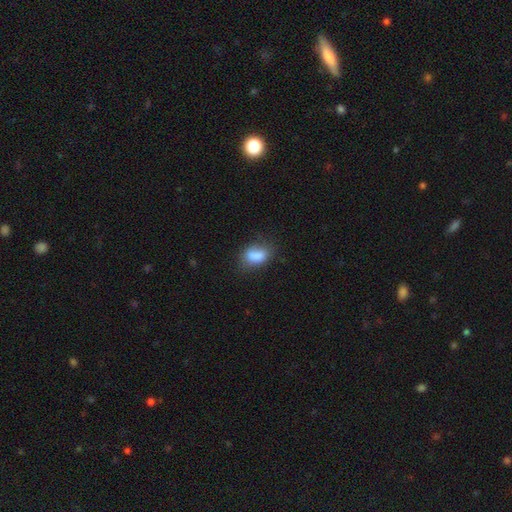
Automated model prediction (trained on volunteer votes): This is clearly a smooth galaxy (81%). How rounded: clearly in between (82%). Merging: possibly none (55%).